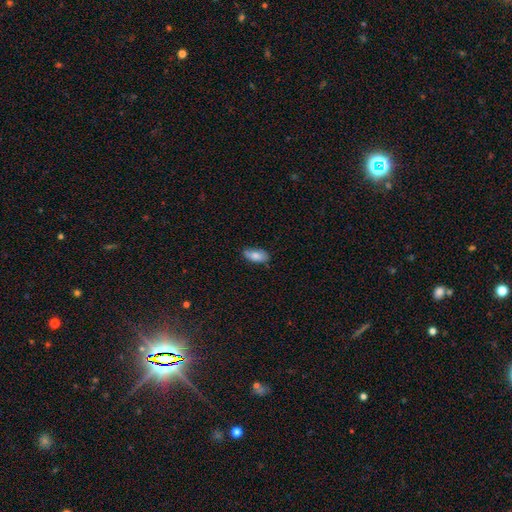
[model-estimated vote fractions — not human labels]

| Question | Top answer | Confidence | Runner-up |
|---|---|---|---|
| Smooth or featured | smooth | 80% | featured or disk (13%) |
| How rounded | in between | 90% | cigar-shaped (8%) |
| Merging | none | 76% | minor disturbance (20%) |